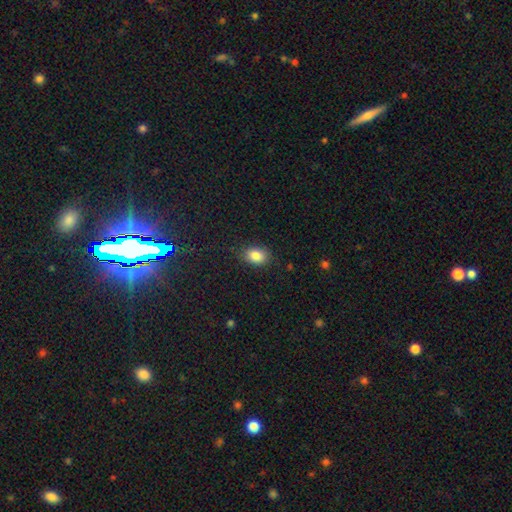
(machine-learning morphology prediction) smooth-or-featured: smooth: 85% | star or artifact: 10% | featured or disk: 6%
  how-rounded: in between: 73% | round: 25% | cigar-shaped: 1%
  merging: none: 83% | minor disturbance: 13% | major disturbance: 3% | merger: 1%